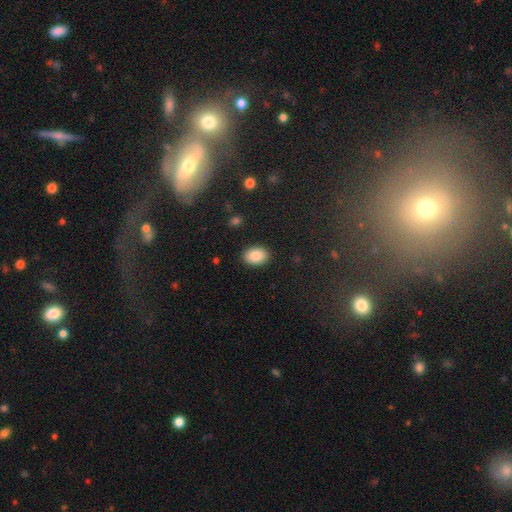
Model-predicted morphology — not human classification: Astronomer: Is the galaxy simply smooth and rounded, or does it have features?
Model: smooth — 87%.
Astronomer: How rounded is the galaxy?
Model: in between — 77%.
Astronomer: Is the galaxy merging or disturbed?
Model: none — 89%.